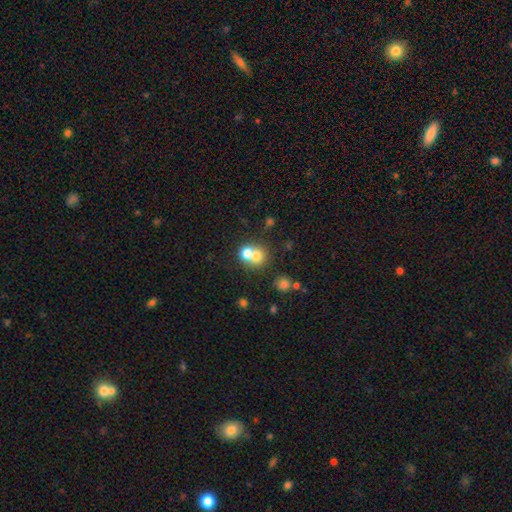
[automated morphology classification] This is likely a smooth galaxy (69%). How rounded: likely round (79%). Merging: possibly merger (59%).